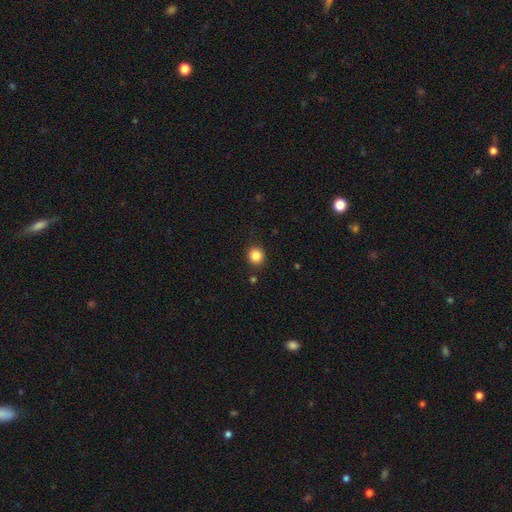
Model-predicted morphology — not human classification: type=smooth (85%); roundness=round (91%); merging=none (88%).